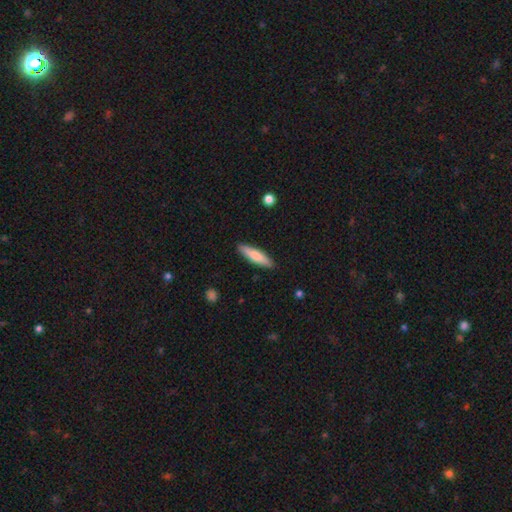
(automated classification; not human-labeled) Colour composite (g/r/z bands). It shows a smooth galaxy with no disk features (70%) that is cigar-shaped (77%). Merging: none (89%).